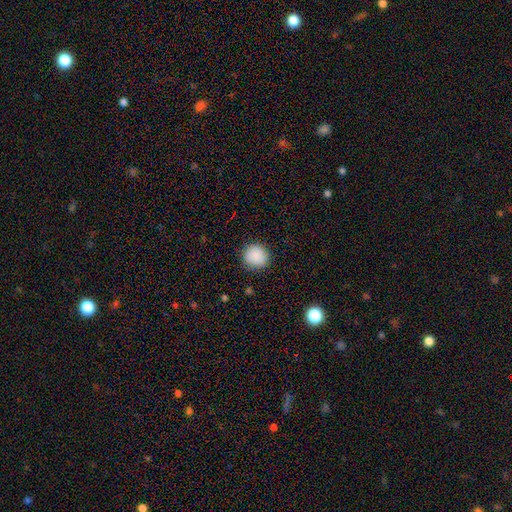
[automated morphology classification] This is clearly a smooth galaxy (89%). How rounded: clearly round (89%). Merging: clearly none (89%).